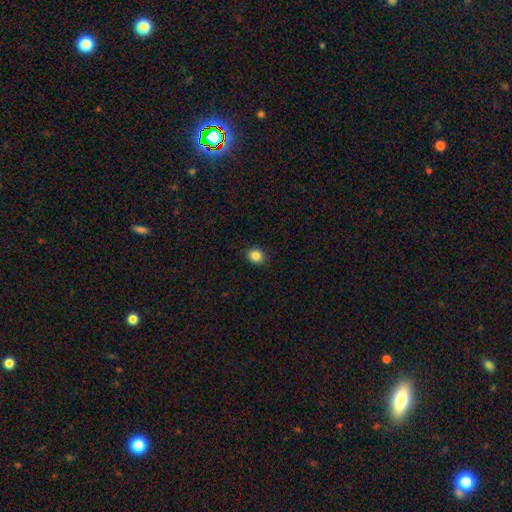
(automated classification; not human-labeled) A smooth galaxy with no disk features (86%) that is round (72%).

Vote fractions:
- Smooth or featured? smooth: 86% / star or artifact: 10% / featured or disk: 4%
- How rounded? round: 72% / in between: 27% / cigar-shaped: 1%
- Merging? none: 90% / minor disturbance: 7% / major disturbance: 2% / merger: 1%